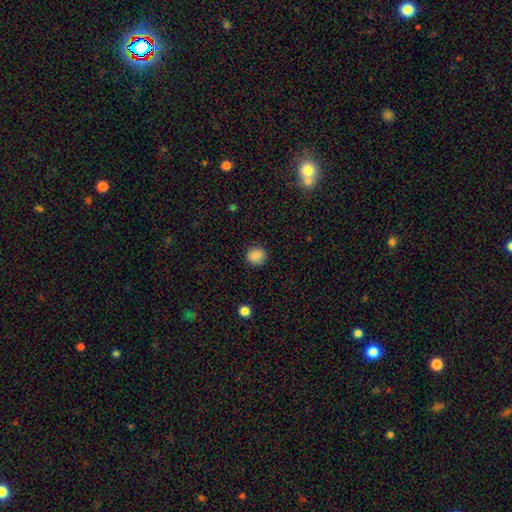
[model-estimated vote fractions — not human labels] smooth_or_featured: smooth (p=0.87) [alt: star or artifact p=0.10]
how_rounded: round (p=0.83) [alt: in between p=0.16]
merging: none (p=0.88) [alt: minor disturbance p=0.08]